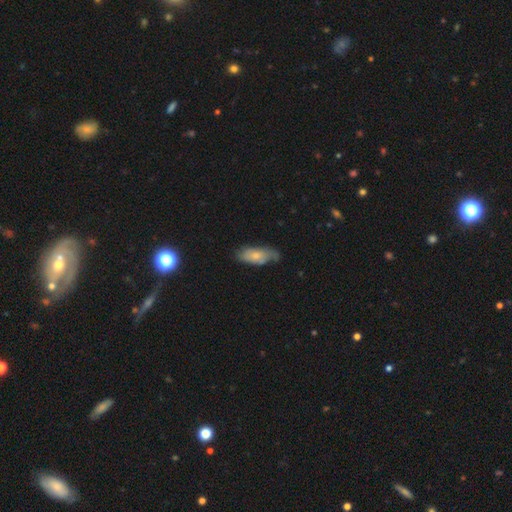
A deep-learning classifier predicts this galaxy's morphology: smooth-or-featured: smooth: 62% | featured or disk: 32% | star or artifact: 6%
  how-rounded: in between: 83% | cigar-shaped: 15% | round: 2%
  merging: none: 54% | minor disturbance: 33% | major disturbance: 10% | merger: 2%